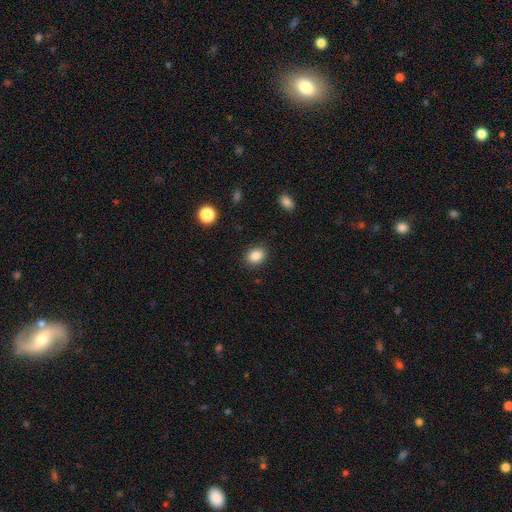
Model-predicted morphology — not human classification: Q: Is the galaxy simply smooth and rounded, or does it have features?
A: smooth — 86%.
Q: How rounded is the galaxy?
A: in between — 66%.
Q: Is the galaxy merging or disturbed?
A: none — 87%.